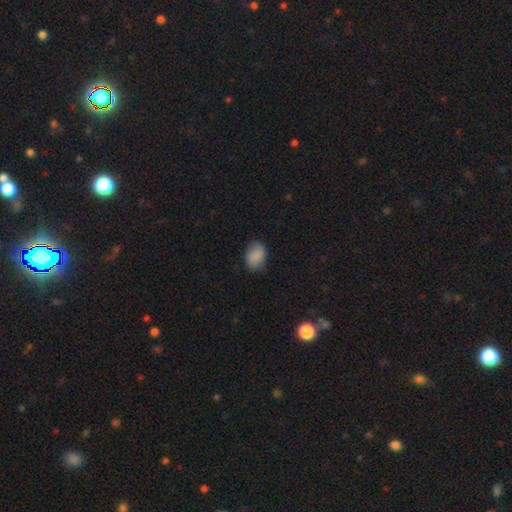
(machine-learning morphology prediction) Smooth or featured? Predicted: smooth (p=0.86). How rounded? Predicted: in between (p=0.76). Merging? Predicted: none (p=0.78).